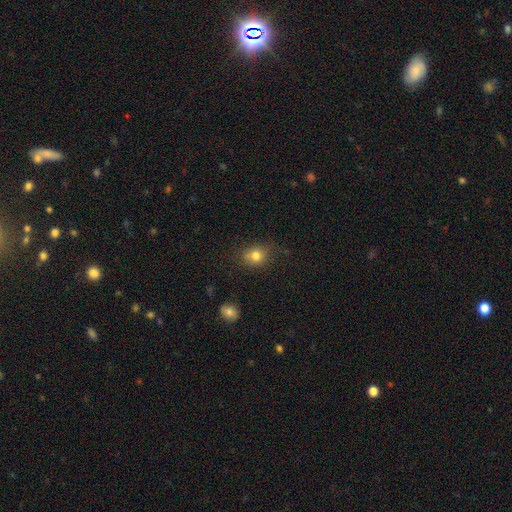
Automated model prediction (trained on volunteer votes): smooth-or-featured: smooth: 79% | star or artifact: 13% | featured or disk: 8%
  how-rounded: round: 67% | in between: 32% | cigar-shaped: 1%
  merging: none: 72% | minor disturbance: 19% | major disturbance: 6% | merger: 3%